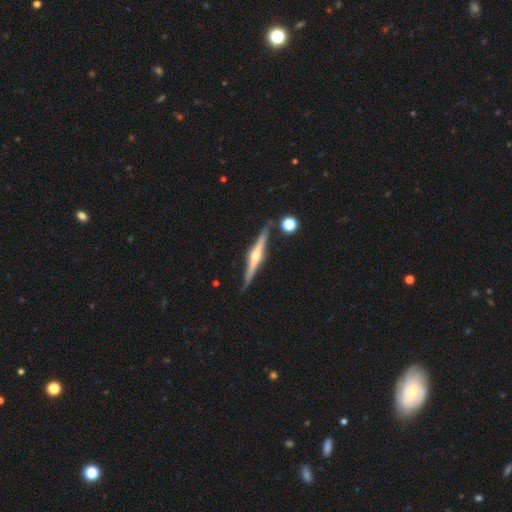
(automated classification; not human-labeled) Smooth or featured? Predicted: featured or disk (p=0.82). Edge-on disk? Predicted: yes (p=0.98). Edge-on bulge? Predicted: rounded (p=0.87). Merging? Predicted: none (p=0.87).